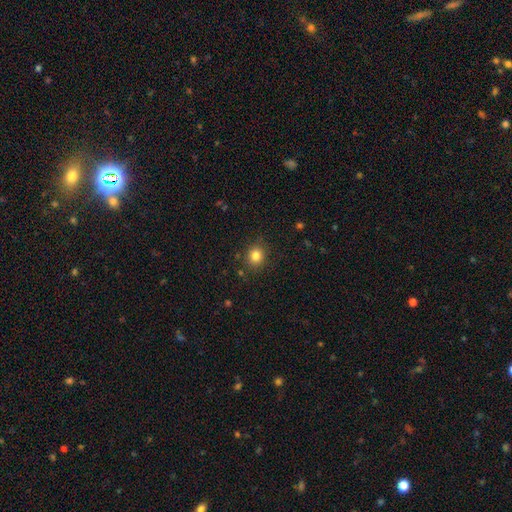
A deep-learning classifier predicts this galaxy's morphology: A smooth galaxy with no disk features (82%) that is round (77%).

Vote fractions:
- Smooth or featured? smooth: 82% / star or artifact: 12% / featured or disk: 6%
- How rounded? round: 77% / in between: 22% / cigar-shaped: 1%
- Merging? none: 86% / minor disturbance: 9% / major disturbance: 3% / merger: 2%